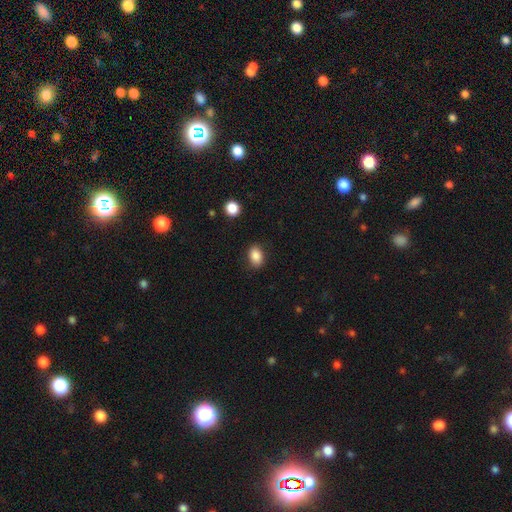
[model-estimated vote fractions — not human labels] Q: Smooth or featured?
A: smooth (86%); runner-up: star or artifact (9%)
Q: How rounded?
A: in between (76%); runner-up: round (23%)
Q: Merging?
A: none (84%); runner-up: minor disturbance (12%)